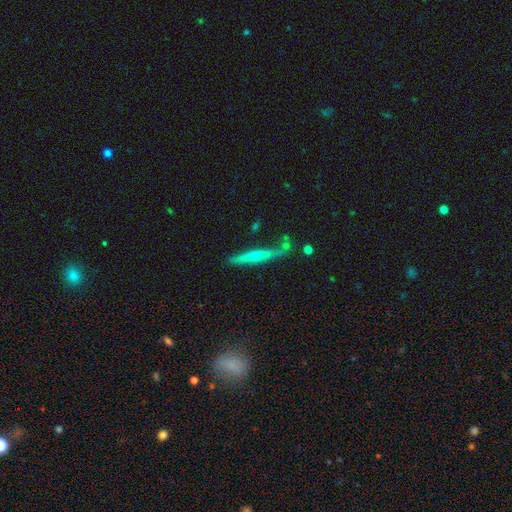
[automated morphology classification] Smooth or featured?
  - smooth: 49% *
  - featured or disk: 44%
  - star or artifact: 7%
Merging?
  - none: 63% *
  - minor disturbance: 21%
  - merger: 9%
  - major disturbance: 8%